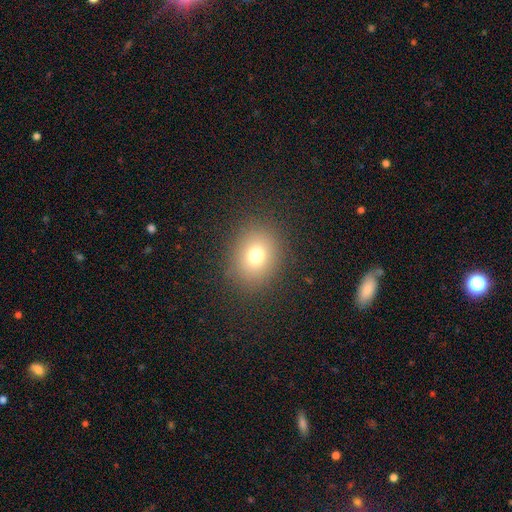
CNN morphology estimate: This appears to be a smooth galaxy with no disk features (74%) that is round (58%). Merging: none (87%).